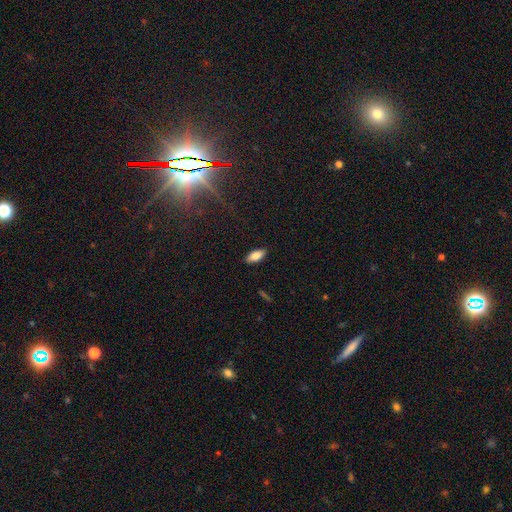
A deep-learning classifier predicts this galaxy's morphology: smooth_or_featured: smooth (p=0.82) [alt: featured or disk p=0.11]
how_rounded: in between (p=0.85) [alt: cigar-shaped p=0.13]
merging: none (p=0.88) [alt: minor disturbance p=0.09]